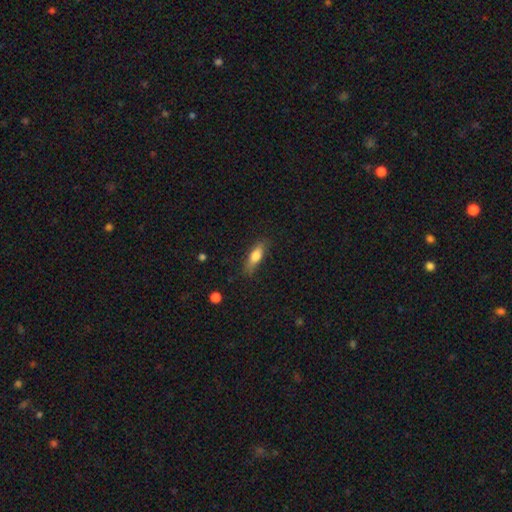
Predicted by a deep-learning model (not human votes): Smooth or featured?
  - smooth: 72% *
  - featured or disk: 21%
  - star or artifact: 7%
How rounded?
  - in between: 55% *
  - cigar-shaped: 42%
  - round: 3%
Merging?
  - none: 77% *
  - minor disturbance: 17%
  - major disturbance: 4%
  - merger: 1%